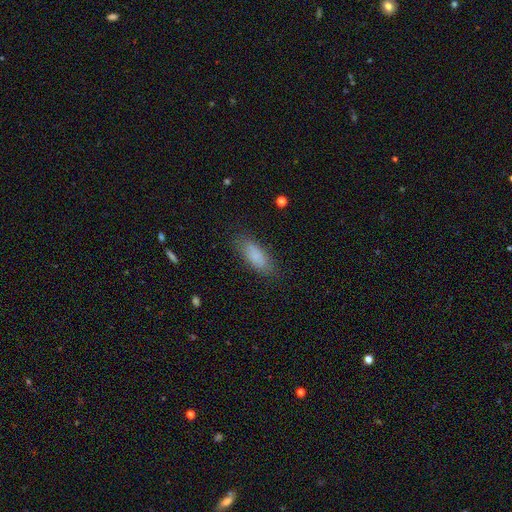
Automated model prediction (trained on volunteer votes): A smooth galaxy with no disk features (83%) that is in between round and cigar-shaped (73%).

Vote fractions:
- Smooth or featured? smooth: 83% / featured or disk: 9% / star or artifact: 8%
- How rounded? in between: 73% / cigar-shaped: 24% / round: 2%
- Merging? none: 80% / minor disturbance: 15% / major disturbance: 4% / merger: 1%